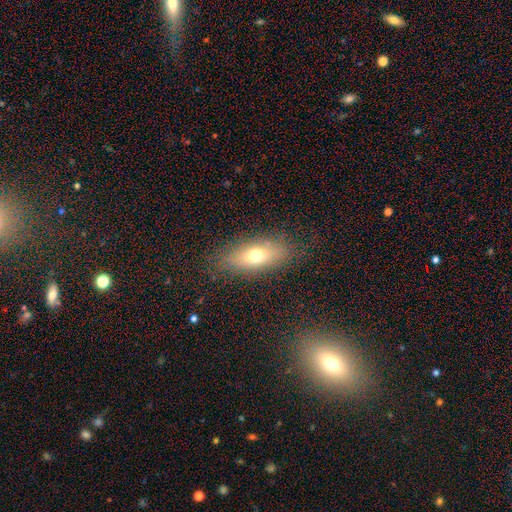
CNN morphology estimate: Smooth or featured? smooth (65%)
How rounded? in between (72%)
Merging? none (82%)